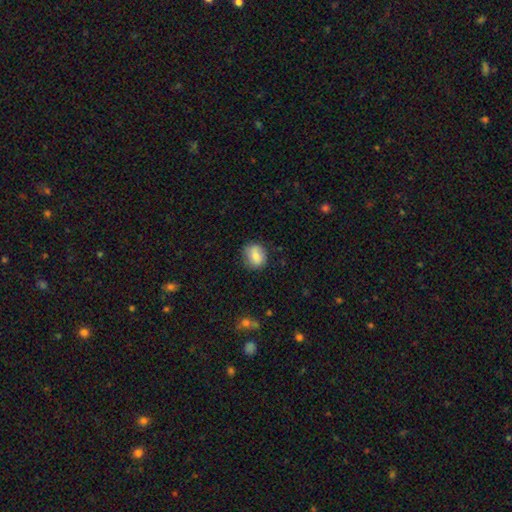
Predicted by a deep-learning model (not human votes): Smooth or featured? Predicted: smooth (p=0.77). How rounded? Predicted: round (p=0.70). Merging? Predicted: none (p=0.76).